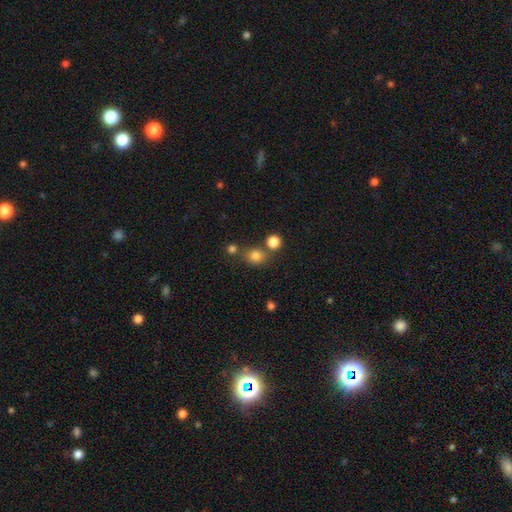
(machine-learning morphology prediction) smooth-or-featured: smooth: 80% | star or artifact: 14% | featured or disk: 6%
  how-rounded: round: 73% | in between: 26% | cigar-shaped: 1%
  merging: none: 66% | merger: 19% | minor disturbance: 10% | major disturbance: 4%